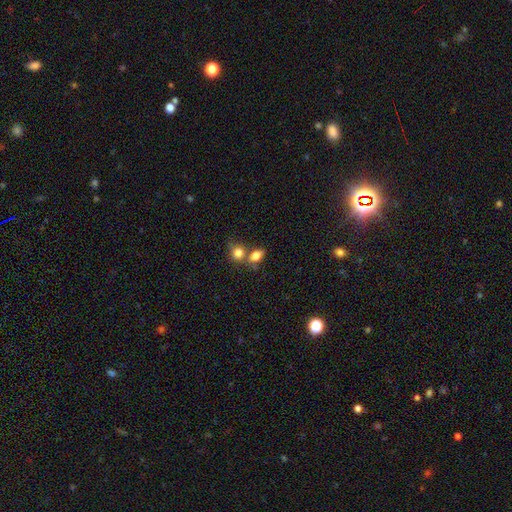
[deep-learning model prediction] smooth 80%, featured or disk 10%, star or artifact 10%. Down the decision tree: how rounded — in between (71%); merging — merger (43%).